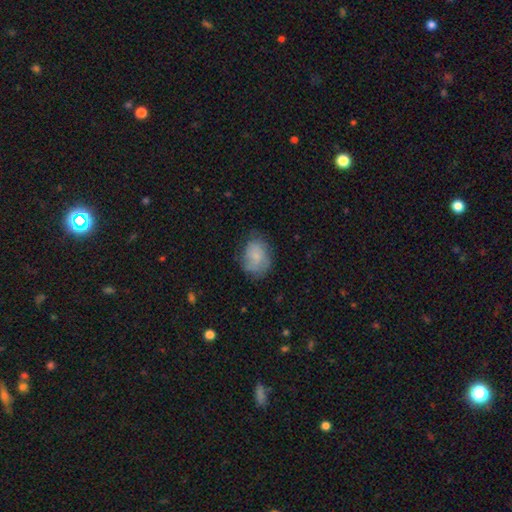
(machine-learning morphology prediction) smooth_or_featured: smooth (p=0.68) [alt: featured or disk p=0.24]
how_rounded: in between (p=0.64) [alt: round p=0.35]
merging: none (p=0.59) [alt: minor disturbance p=0.28]